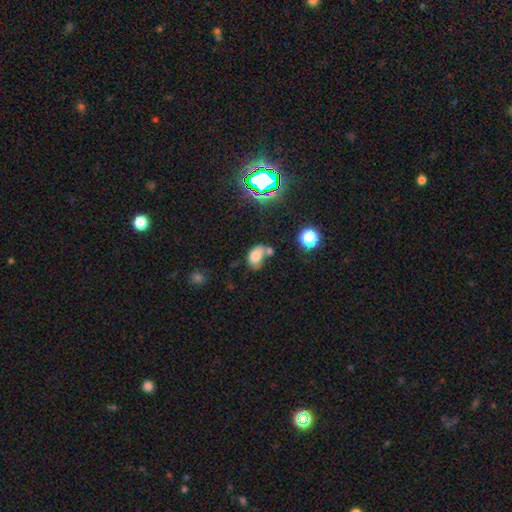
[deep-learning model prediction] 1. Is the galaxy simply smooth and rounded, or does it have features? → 73% smooth, 14% star or artifact, 13% featured or disk.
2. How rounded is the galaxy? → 80% in between, 18% round, 1% cigar-shaped.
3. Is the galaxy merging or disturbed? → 35% none (tied), 35% merger (tied), 20% minor disturbance, 10% major disturbance.